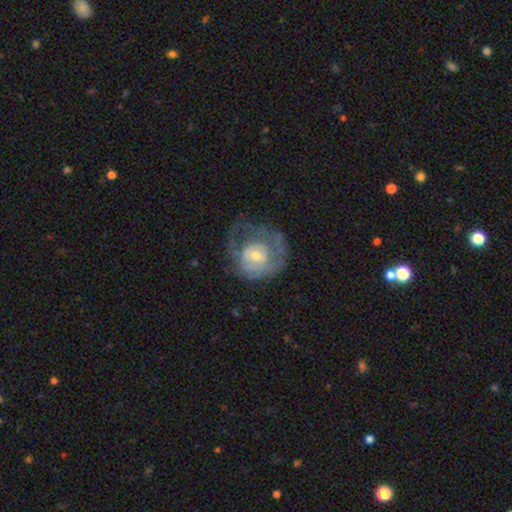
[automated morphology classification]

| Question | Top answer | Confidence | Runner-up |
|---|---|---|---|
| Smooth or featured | featured or disk | 60% | smooth (33%) |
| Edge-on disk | no | 97% | yes (3%) |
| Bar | no | 74% | weak (22%) |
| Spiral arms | yes | 52% | no (48%) |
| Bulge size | moderate | 48% | small (45%) |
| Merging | major disturbance | 39% | none (37%) |